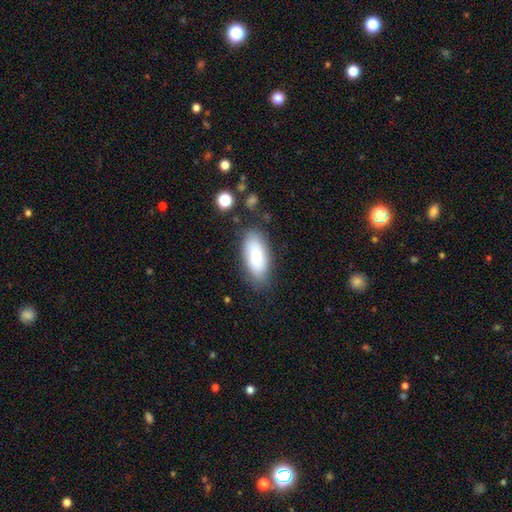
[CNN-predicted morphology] A smooth galaxy with no disk features (84%) that is in between round and cigar-shaped (87%). Merging: none (79%).